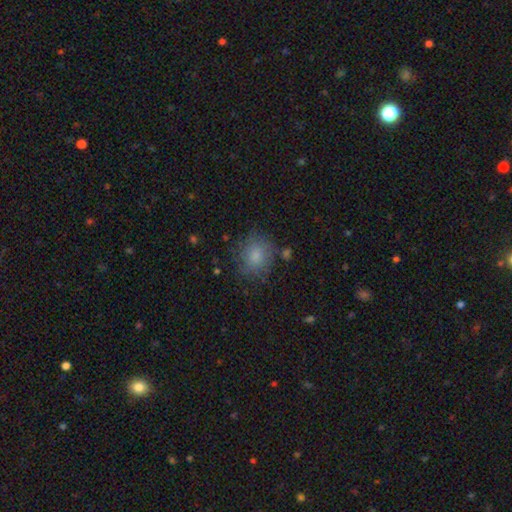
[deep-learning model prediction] smooth 80%, featured or disk 11%, star or artifact 9%. Down the decision tree: how rounded — round (72%); merging — none (73%).